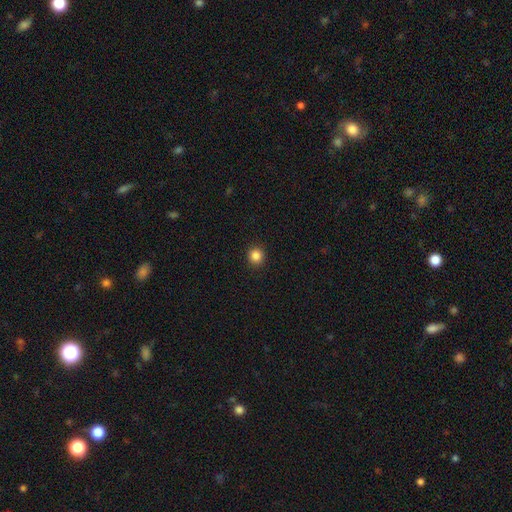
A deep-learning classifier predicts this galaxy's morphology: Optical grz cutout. It shows a smooth galaxy with no disk features (86%) that is round (93%). Merging: none (93%).